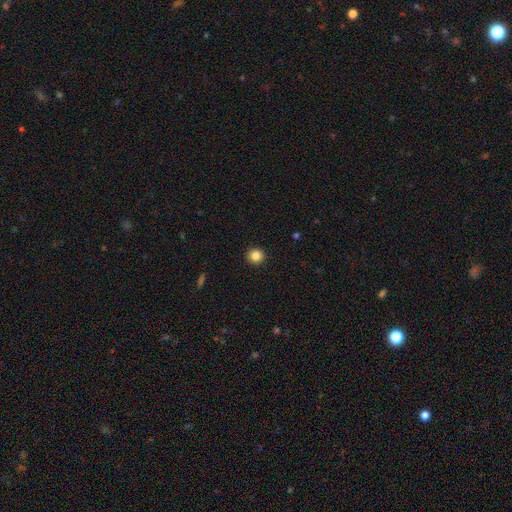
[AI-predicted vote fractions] smooth-or-featured: smooth: 84% | star or artifact: 11% | featured or disk: 5%
  how-rounded: round: 94% | in between: 5% | cigar-shaped: 1%
  merging: none: 93% | minor disturbance: 4% | major disturbance: 2% | merger: 1%